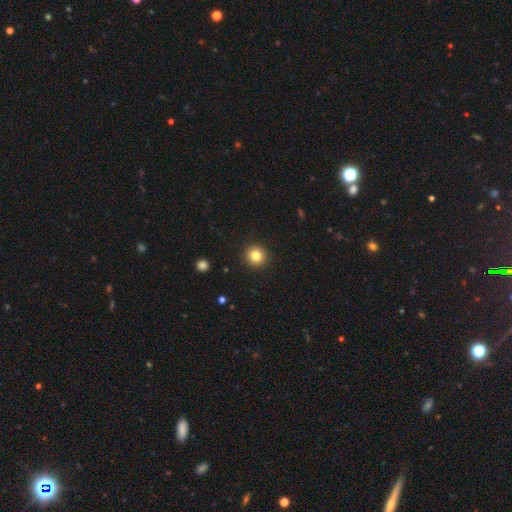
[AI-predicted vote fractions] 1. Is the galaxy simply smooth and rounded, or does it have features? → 82% smooth, 12% star or artifact, 7% featured or disk.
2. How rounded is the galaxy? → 93% round, 6% in between, 1% cigar-shaped.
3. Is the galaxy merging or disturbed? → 92% none, 5% minor disturbance, 2% major disturbance, 1% merger.